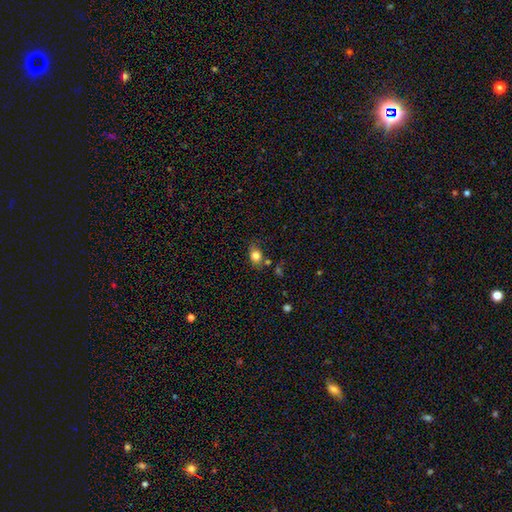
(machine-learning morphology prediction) smooth-or-featured: smooth: 81% | star or artifact: 11% | featured or disk: 9%
  how-rounded: in between: 62% | round: 36% | cigar-shaped: 2%
  merging: none: 68% | minor disturbance: 19% | merger: 8% | major disturbance: 5%